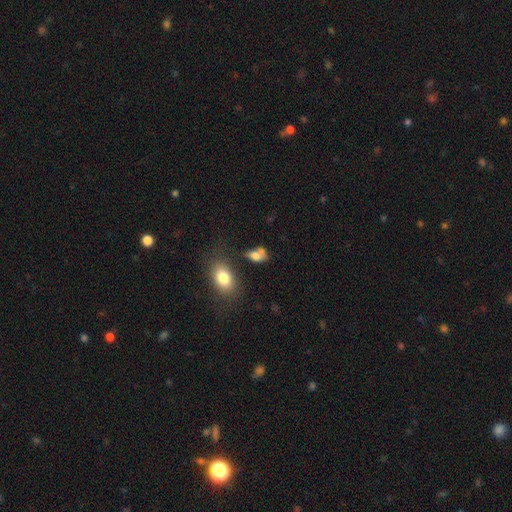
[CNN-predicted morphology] Smooth or featured? Predicted: smooth (p=0.75). How rounded? Predicted: in between (p=0.79). Merging? Predicted: none (p=0.39).